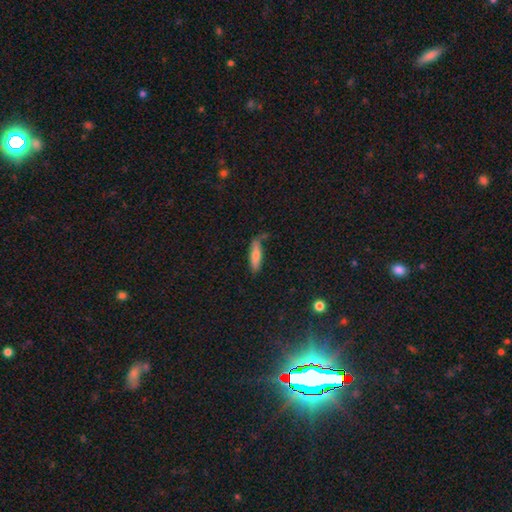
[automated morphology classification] smooth_or_featured: smooth (p=0.75) [alt: featured or disk p=0.18]
how_rounded: cigar-shaped (p=0.65) [alt: in between p=0.33]
merging: none (p=0.71) [alt: minor disturbance p=0.20]